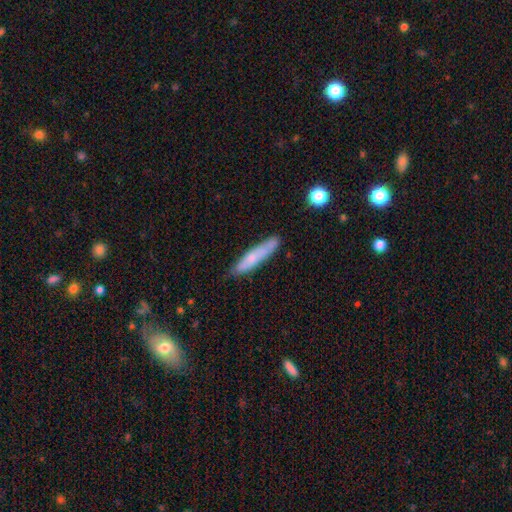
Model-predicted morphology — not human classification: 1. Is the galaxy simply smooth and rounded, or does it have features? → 66% smooth, 27% featured or disk, 7% star or artifact.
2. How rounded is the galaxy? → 87% cigar-shaped, 12% in between, 1% round.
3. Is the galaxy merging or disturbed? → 77% none, 18% minor disturbance, 3% major disturbance, 2% merger.